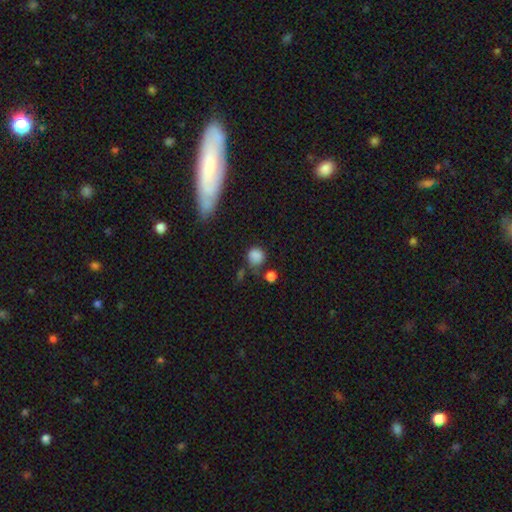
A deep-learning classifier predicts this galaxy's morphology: This is clearly a smooth galaxy (81%). How rounded: clearly round (83%). Merging: likely none (61%).